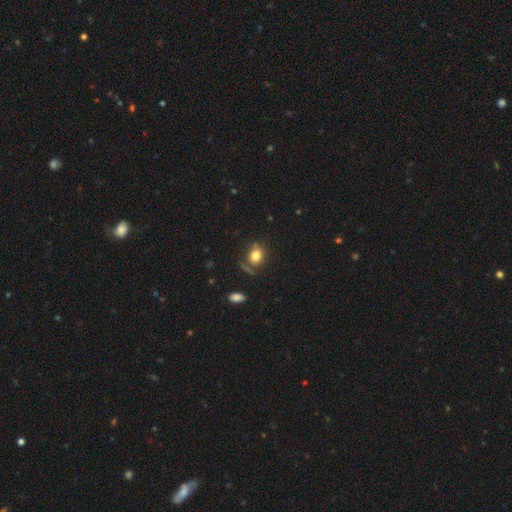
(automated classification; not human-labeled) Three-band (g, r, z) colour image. It shows a smooth galaxy with no disk features (79%) that is round (54%). Merging: none (70%).